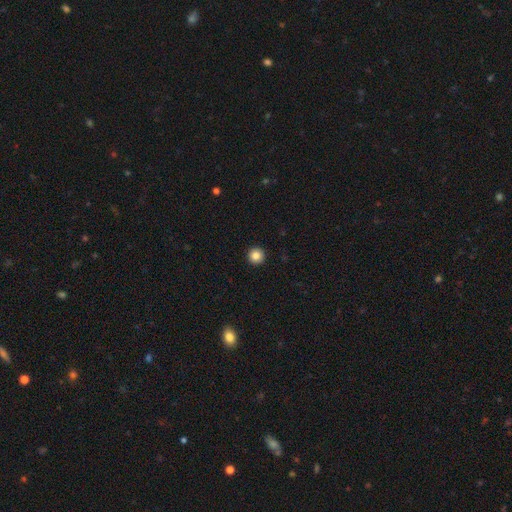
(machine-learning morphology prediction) type=smooth (85%); roundness=round (97%); merging=none (94%).